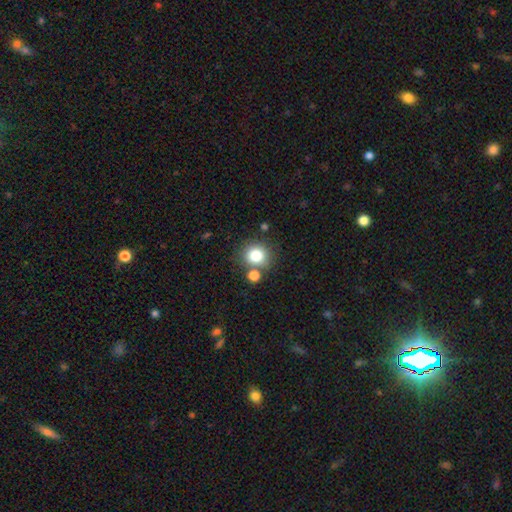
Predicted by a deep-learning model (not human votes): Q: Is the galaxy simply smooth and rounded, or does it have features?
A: smooth — 81%.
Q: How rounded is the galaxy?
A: round — 87%.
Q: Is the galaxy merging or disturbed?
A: none — 72%.